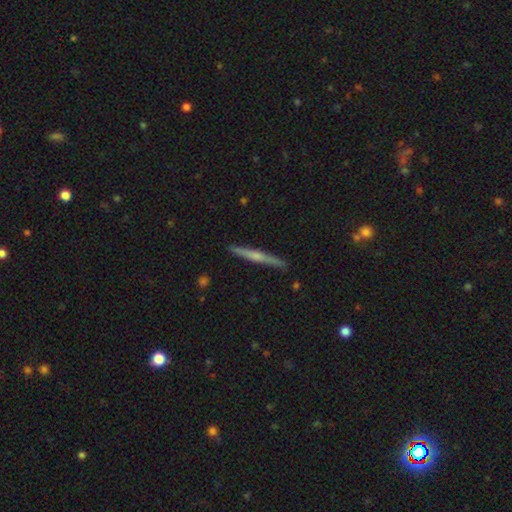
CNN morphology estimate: smooth_or_featured: featured or disk (p=0.64) [alt: smooth p=0.30]
disk_edge_on: yes (p=0.98) [alt: no p=0.02]
edge_on_bulge: rounded (p=0.65) [alt: none p=0.26]
merging: none (p=0.91) [alt: minor disturbance p=0.07]